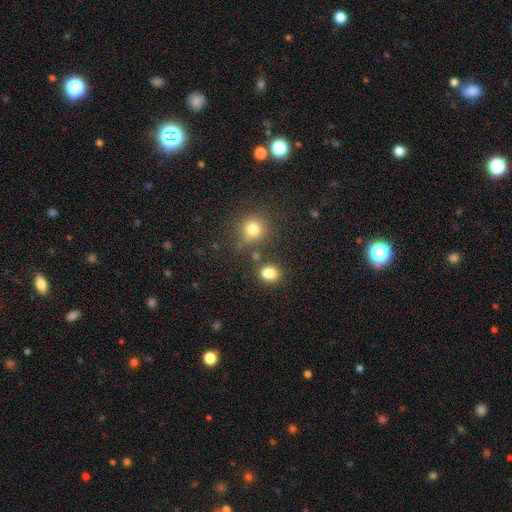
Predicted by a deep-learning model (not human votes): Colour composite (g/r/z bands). It shows a smooth galaxy with no disk features (69%) that is round (82%). Merging: none (76%).